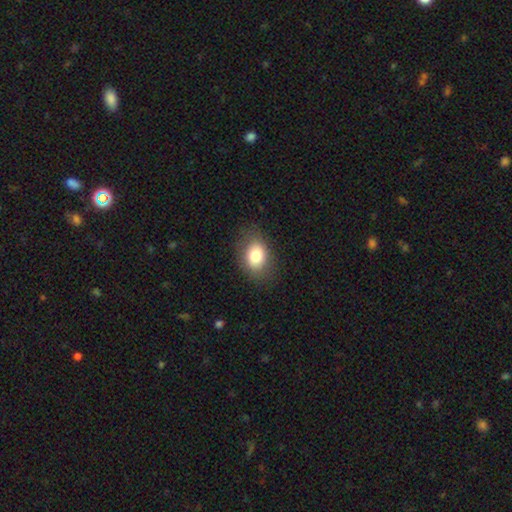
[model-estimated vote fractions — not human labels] A smooth galaxy with no disk features (80%) that is in between round and cigar-shaped (71%).

Vote fractions:
- Smooth or featured? smooth: 80% / featured or disk: 11% / star or artifact: 9%
- How rounded? in between: 71% / round: 28% / cigar-shaped: 1%
- Merging? none: 80% / minor disturbance: 14% / major disturbance: 5% / merger: 1%